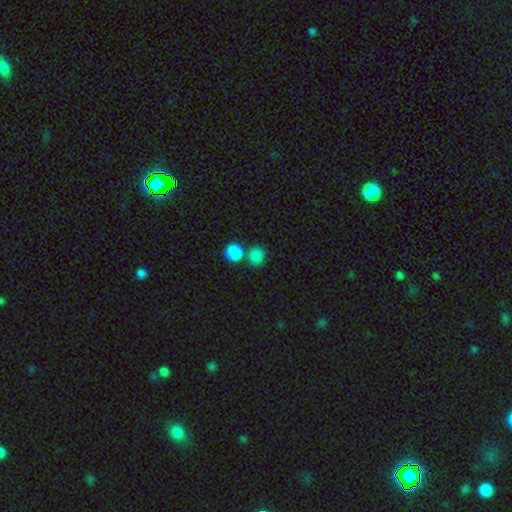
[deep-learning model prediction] smooth 85%, star or artifact 11%, featured or disk 4%. Down the decision tree: how rounded — round (81%); merging — none (62%).